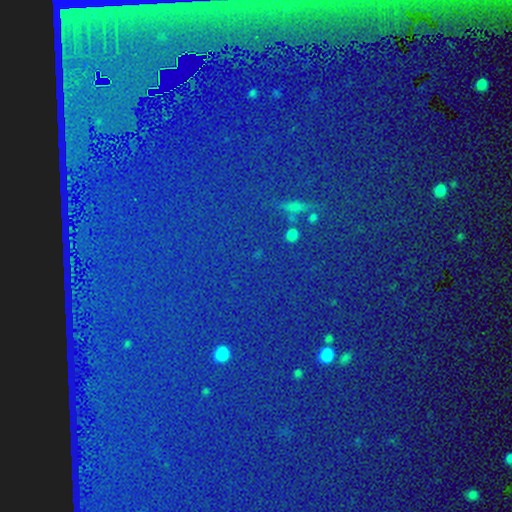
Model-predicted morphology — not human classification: Smooth or featured?
  - star or artifact: 79% *
  - smooth: 12%
  - featured or disk: 9%